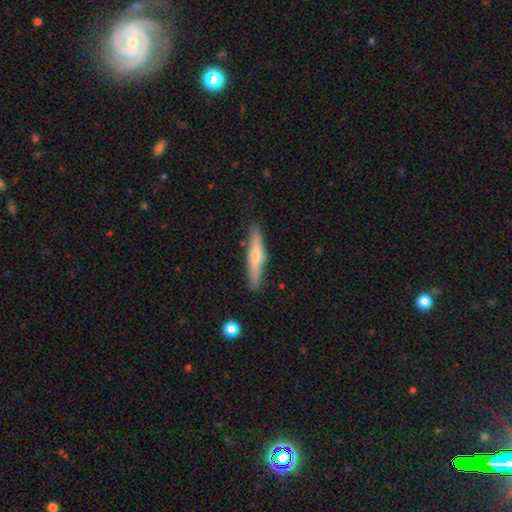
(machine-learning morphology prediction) type=smooth (50%); roundness=cigar-shaped (89%); merging=none (86%).